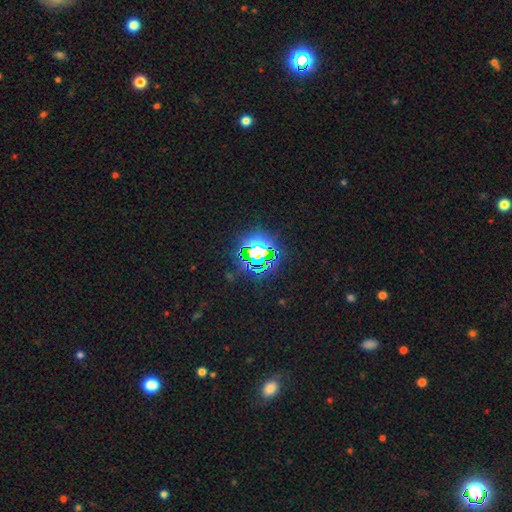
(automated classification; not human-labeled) Smooth or featured?
  - star or artifact: 75% *
  - smooth: 14%
  - featured or disk: 10%